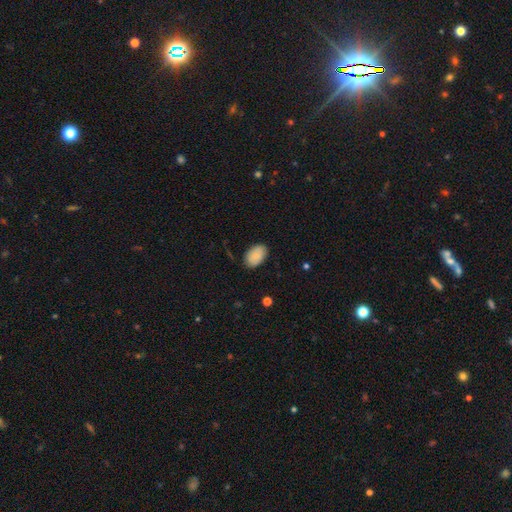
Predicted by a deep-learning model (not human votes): smooth_or_featured: smooth (p=0.87) [alt: star or artifact p=0.06]
how_rounded: in between (p=0.91) [alt: round p=0.07]
merging: none (p=0.83) [alt: minor disturbance p=0.13]